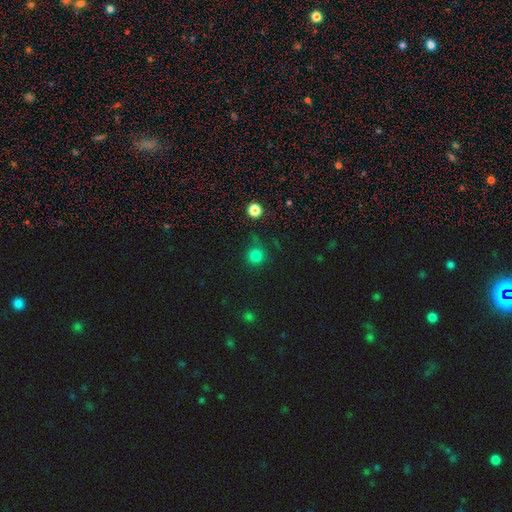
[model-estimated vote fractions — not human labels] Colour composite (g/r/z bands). It shows a smooth galaxy with no disk features (78%) that is round (94%). Merging: none (78%).